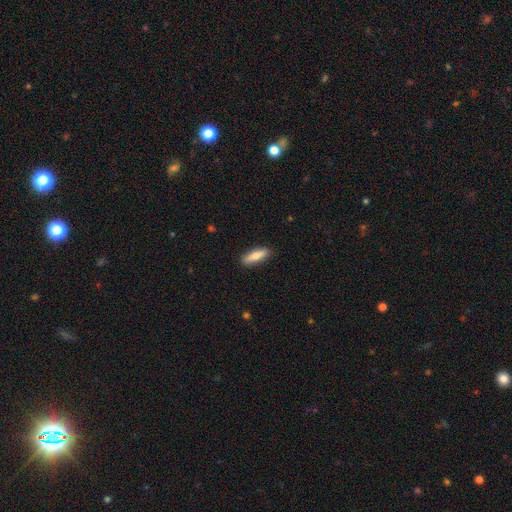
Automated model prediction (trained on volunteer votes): smooth 70%, featured or disk 24%, star or artifact 6%. Down the decision tree: how rounded — cigar-shaped (53%); merging — none (88%).